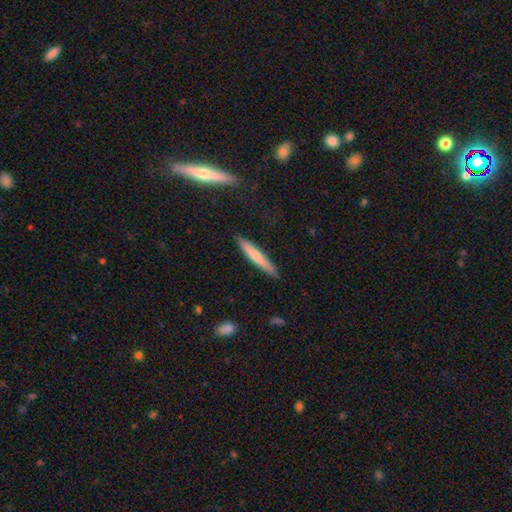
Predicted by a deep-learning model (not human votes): smooth_or_featured: smooth (p=0.65) [alt: featured or disk p=0.29]
how_rounded: cigar-shaped (p=0.94) [alt: in between p=0.05]
merging: none (p=0.88) [alt: minor disturbance p=0.09]